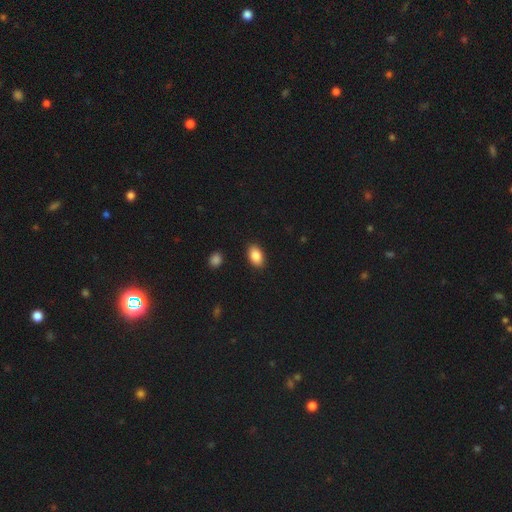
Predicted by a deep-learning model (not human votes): Q: Smooth or featured?
A: smooth (87%); runner-up: star or artifact (8%)
Q: How rounded?
A: in between (91%); runner-up: round (8%)
Q: Merging?
A: none (89%); runner-up: minor disturbance (8%)